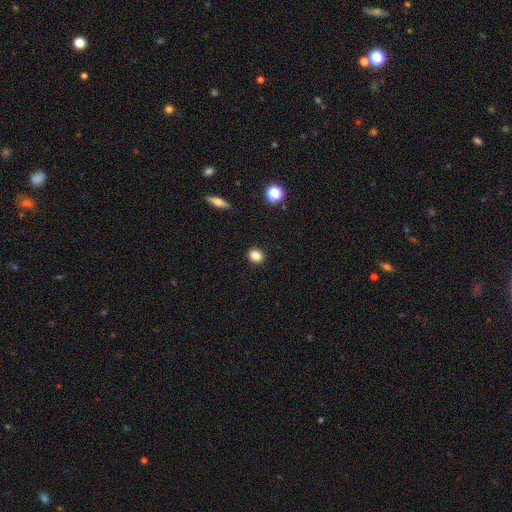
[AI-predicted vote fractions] Smooth or featured: smooth — 84% (star or artifact — 11%)
How rounded: round — 67% (in between — 32%)
Merging: none — 91% (minor disturbance — 6%)